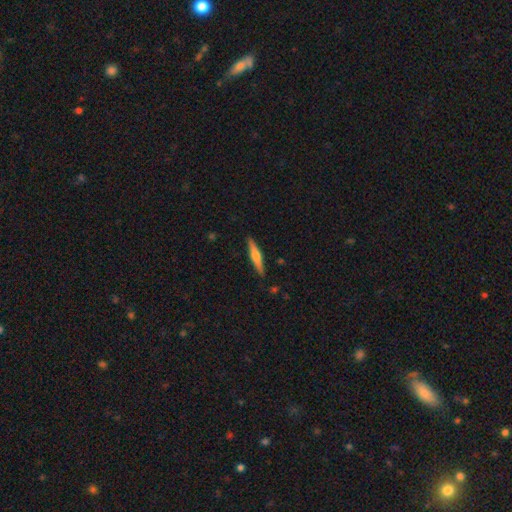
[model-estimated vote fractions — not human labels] Morphology: type=smooth (48%); merging=none (89%).